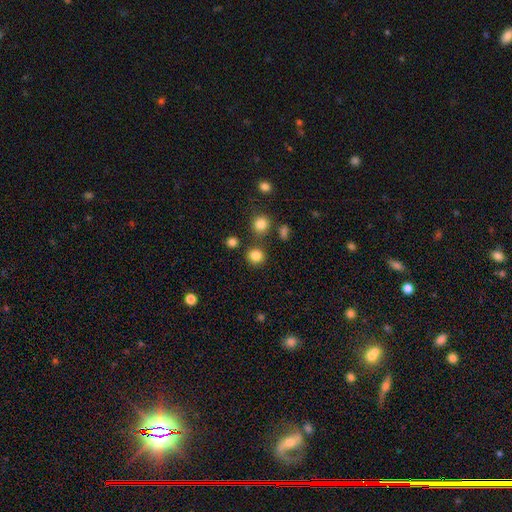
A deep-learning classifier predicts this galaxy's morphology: Smooth or featured: smooth — 83% (star or artifact — 13%)
How rounded: round — 89% (in between — 10%)
Merging: none — 81% (minor disturbance — 8%)